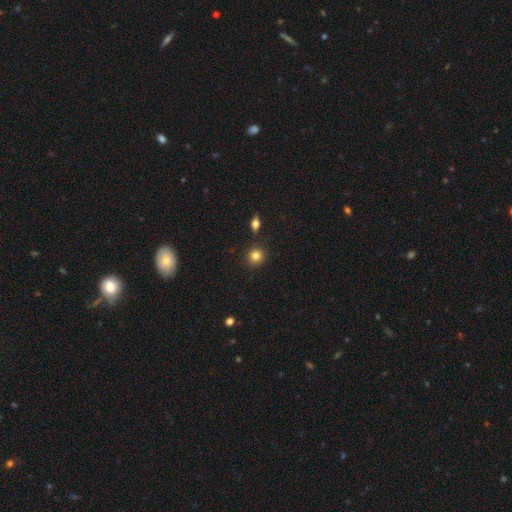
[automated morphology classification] Smooth or featured: smooth — 82% (star or artifact — 11%)
How rounded: round — 90% (in between — 9%)
Merging: none — 85% (minor disturbance — 8%)